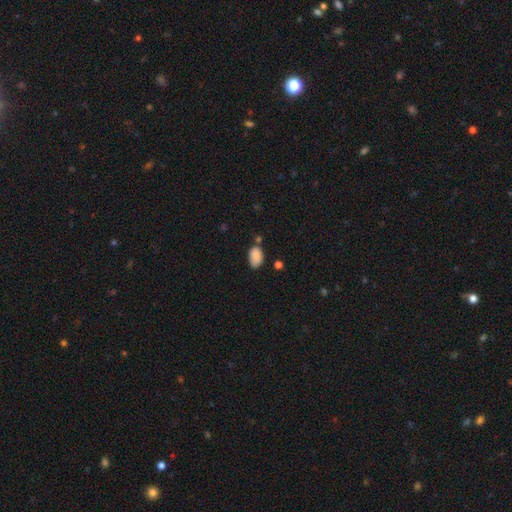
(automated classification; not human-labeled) smooth_or_featured: smooth (p=0.87) [alt: star or artifact p=0.08]
how_rounded: in between (p=0.90) [alt: round p=0.09]
merging: none (p=0.59) [alt: minor disturbance p=0.25]